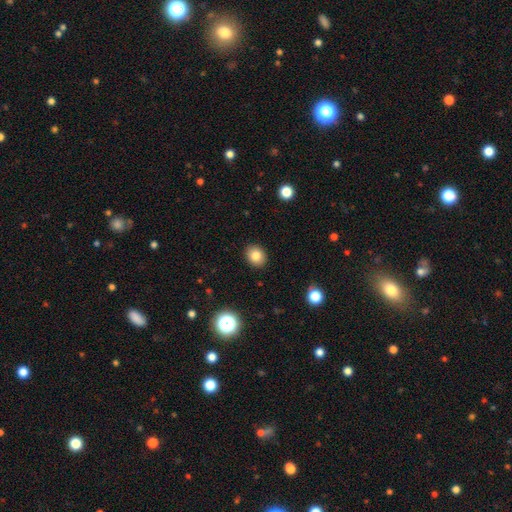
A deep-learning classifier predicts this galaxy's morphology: Q: Smooth or featured?
A: smooth (82%); runner-up: star or artifact (11%)
Q: How rounded?
A: round (57%); runner-up: in between (42%)
Q: Merging?
A: none (90%); runner-up: minor disturbance (7%)